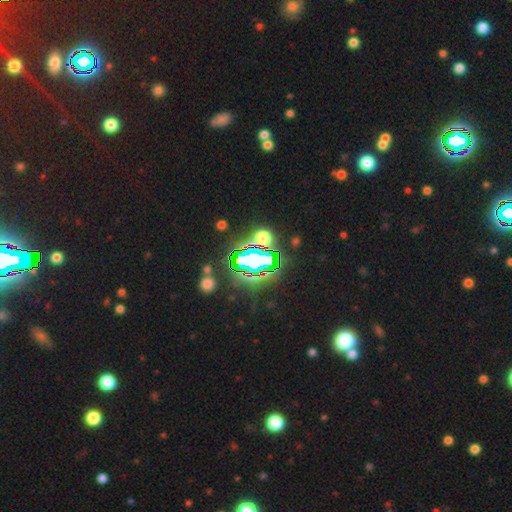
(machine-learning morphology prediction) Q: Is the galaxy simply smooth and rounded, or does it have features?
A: star or artifact — 78%.